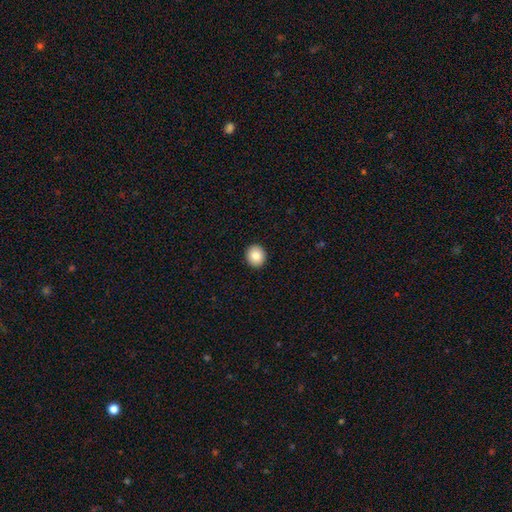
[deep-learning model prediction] Smooth or featured? Predicted: smooth (p=0.85). How rounded? Predicted: round (p=0.85). Merging? Predicted: none (p=0.93).